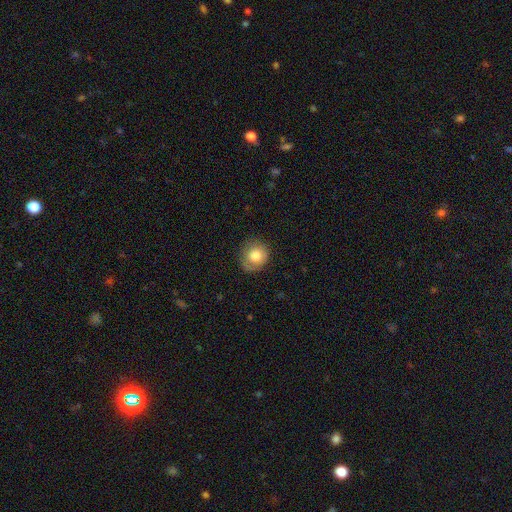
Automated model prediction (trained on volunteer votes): smooth-or-featured: smooth: 78% | featured or disk: 13% | star or artifact: 8%
  how-rounded: round: 84% | in between: 15% | cigar-shaped: 1%
  merging: none: 78% | minor disturbance: 16% | major disturbance: 4% | merger: 1%